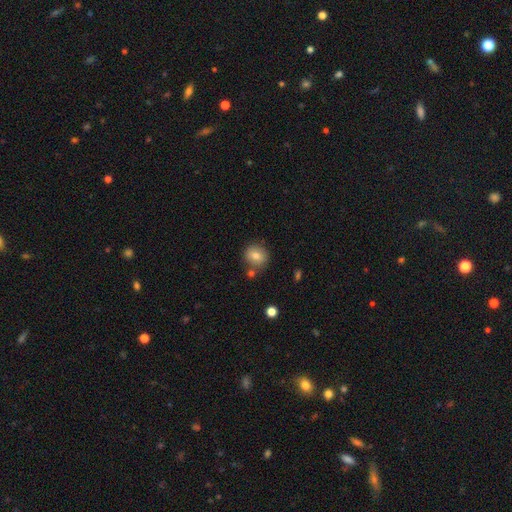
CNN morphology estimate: This appears to be a smooth galaxy with no disk features (78%) that is round (83%). Merging: none (75%).